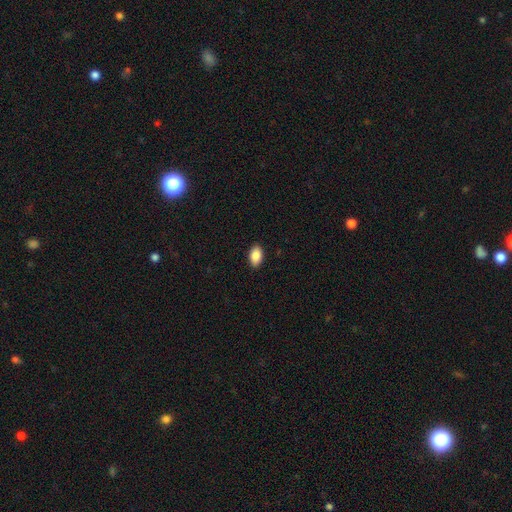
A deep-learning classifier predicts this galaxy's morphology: A smooth galaxy with no disk features (89%) that is in between round and cigar-shaped (92%). Merging: none (90%).